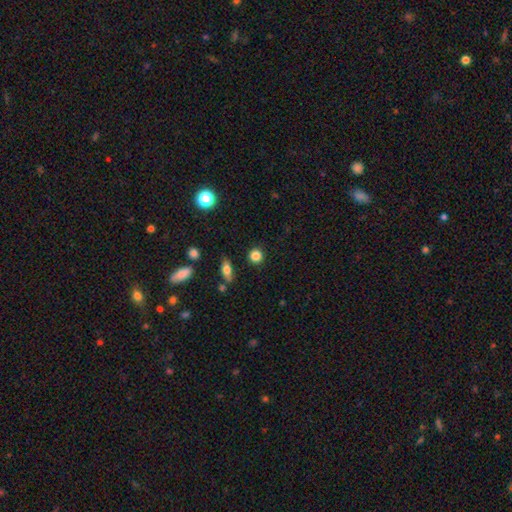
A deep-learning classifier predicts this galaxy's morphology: This appears to be a smooth galaxy with no disk features (84%) that is round (89%). Merging: none (88%).